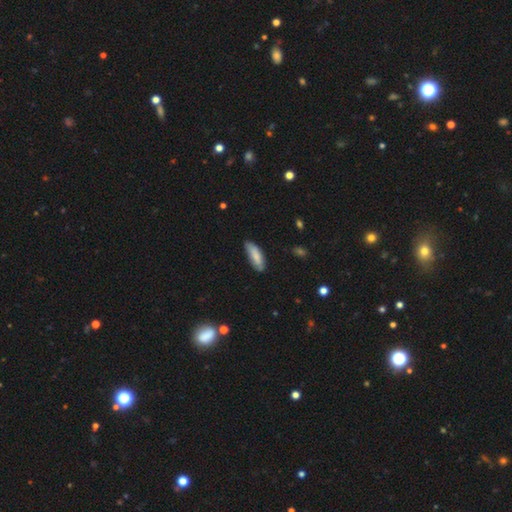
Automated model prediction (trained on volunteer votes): Smooth or featured? smooth (78%)
How rounded? in between (61%)
Merging? none (70%)